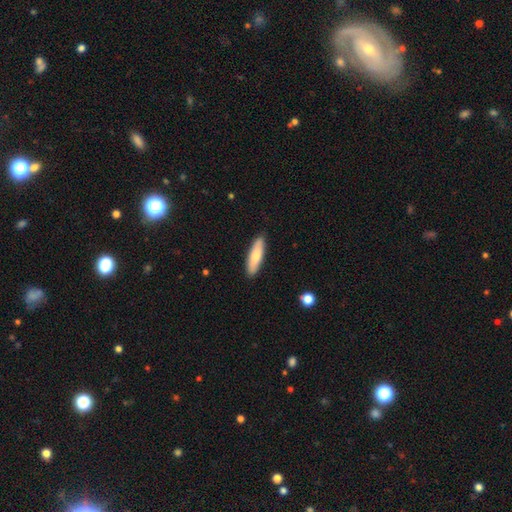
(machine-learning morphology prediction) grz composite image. It shows a smooth galaxy with no disk features (73%) that is cigar-shaped (60%). Merging: none (89%).